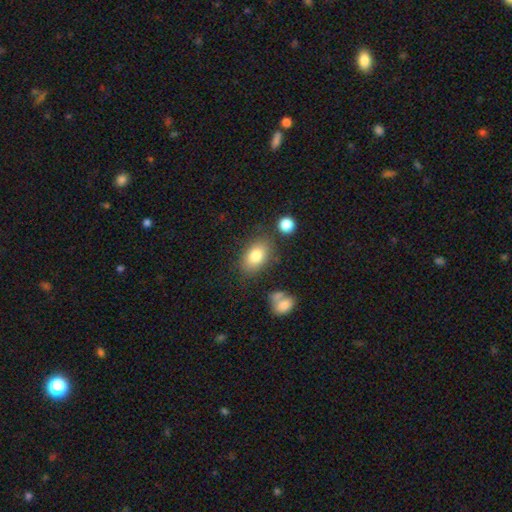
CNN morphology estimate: type=smooth (80%); roundness=in between (86%); merging=none (77%).